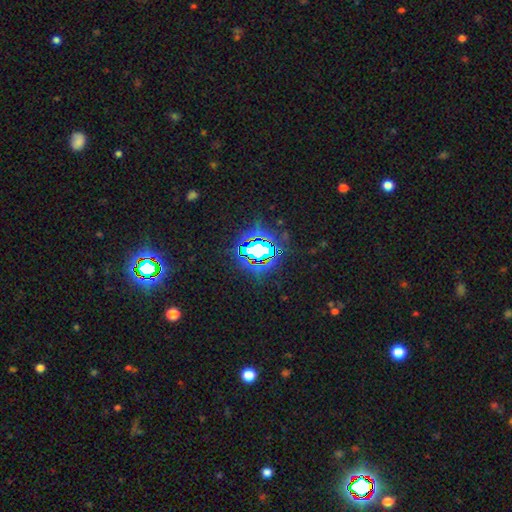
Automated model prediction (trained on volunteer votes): smooth-or-featured: star or artifact: 80% | smooth: 12% | featured or disk: 8%